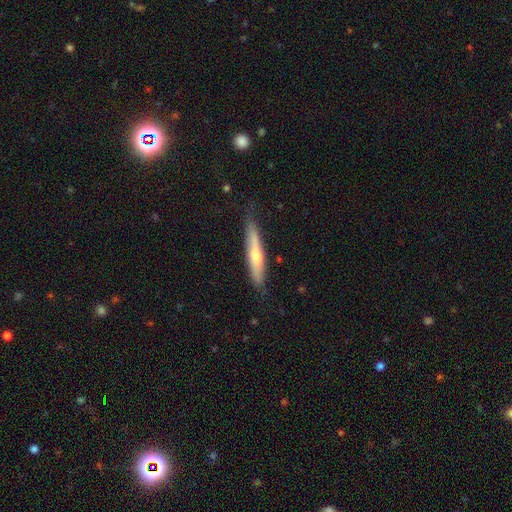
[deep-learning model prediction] This is possibly a smooth galaxy (51%). How rounded: clearly cigar-shaped (87%). Merging: likely none (80%).